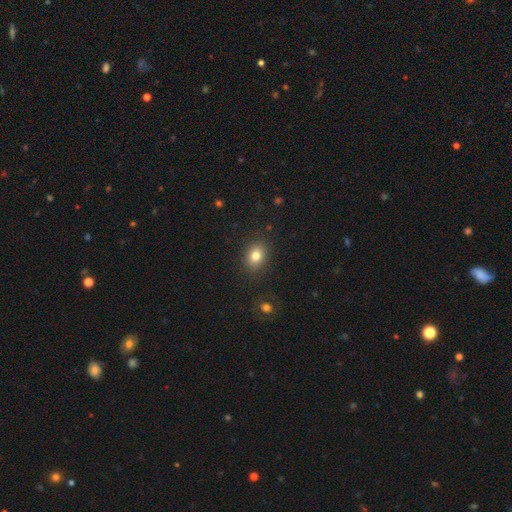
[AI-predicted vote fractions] The model was most divided on "how rounded": in between: 55%, round: 44%, cigar-shaped: 1%. More confident: merging — none (87%); smooth or featured — smooth (81%).